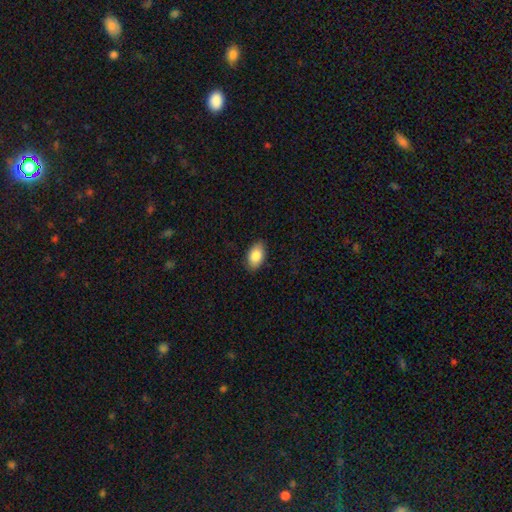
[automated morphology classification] A smooth galaxy with no disk features (86%) that is in between round and cigar-shaped (92%).

Vote fractions:
- Smooth or featured? smooth: 86% / featured or disk: 7% / star or artifact: 7%
- How rounded? in between: 92% / round: 6% / cigar-shaped: 1%
- Merging? none: 87% / minor disturbance: 10% / major disturbance: 2% / merger: 1%